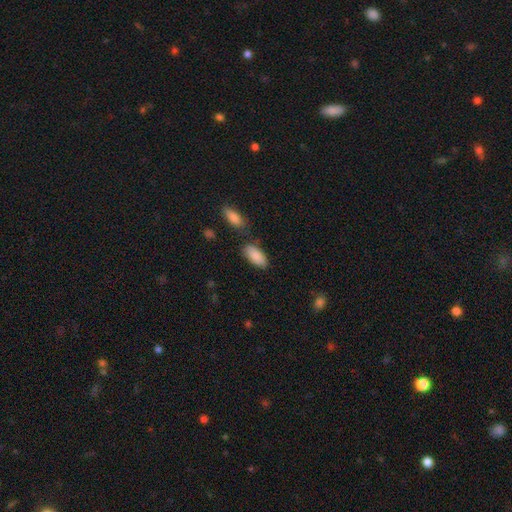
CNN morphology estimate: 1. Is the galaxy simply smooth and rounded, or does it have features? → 88% smooth, 6% featured or disk, 6% star or artifact.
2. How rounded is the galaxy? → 92% in between, 6% cigar-shaped, 2% round.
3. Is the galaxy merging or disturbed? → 74% none, 15% minor disturbance, 7% merger, 4% major disturbance.